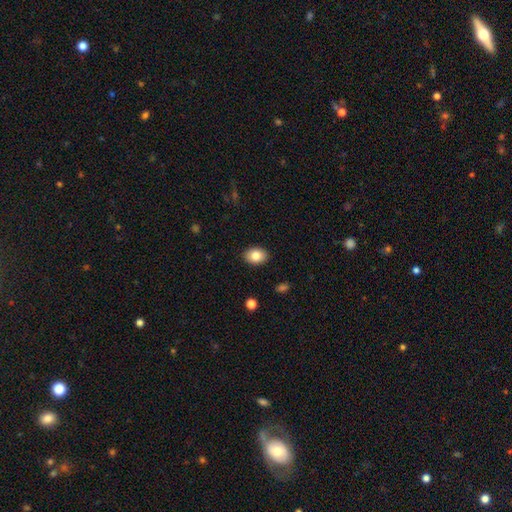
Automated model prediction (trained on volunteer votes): A smooth galaxy with no disk features (84%) that is in between round and cigar-shaped (72%). Merging: none (90%).